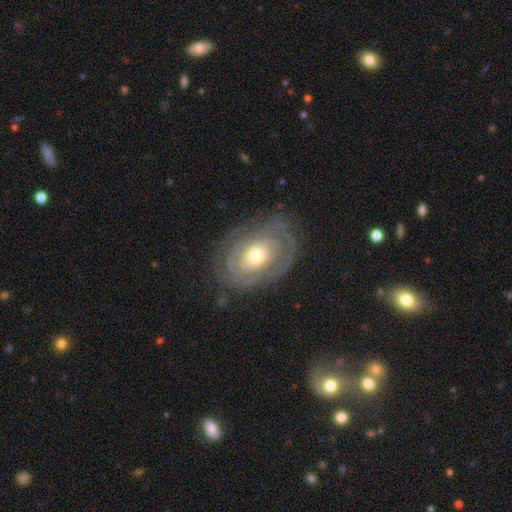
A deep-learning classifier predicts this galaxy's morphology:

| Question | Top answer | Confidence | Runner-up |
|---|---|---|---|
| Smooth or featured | featured or disk | 73% | smooth (21%) |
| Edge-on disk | no | 95% | yes (5%) |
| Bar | no | 85% | weak (11%) |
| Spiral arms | yes | 66% | no (34%) |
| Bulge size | moderate | 56% | small (33%) |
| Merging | none | 73% | minor disturbance (17%) |